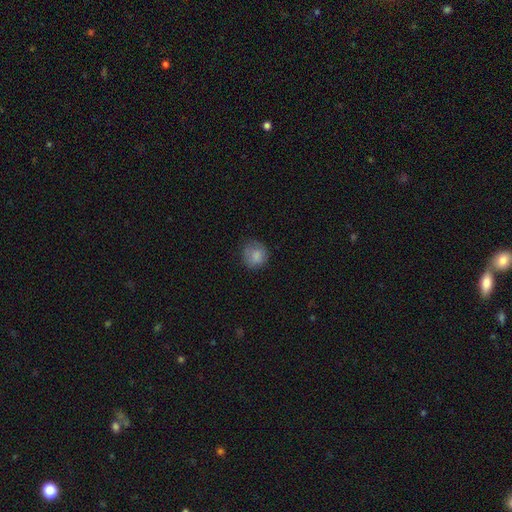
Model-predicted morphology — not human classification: smooth_or_featured: smooth (p=0.82) [alt: featured or disk p=0.10]
how_rounded: round (p=0.83) [alt: in between p=0.16]
merging: none (p=0.67) [alt: minor disturbance p=0.23]